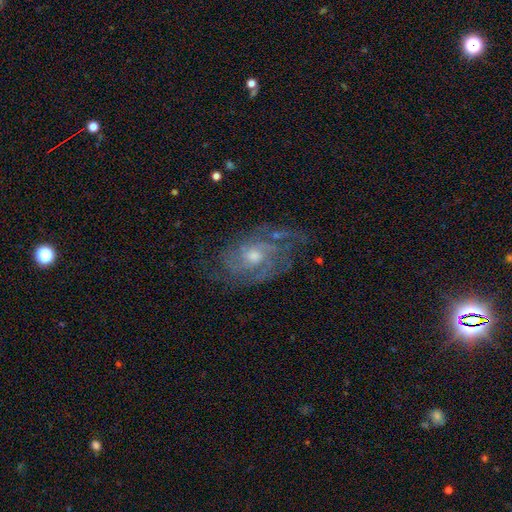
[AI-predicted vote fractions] Smooth or featured: featured or disk — 79% (star or artifact — 11%)
Edge-on disk: no — 96% (yes — 4%)
Bar: no — 70% (weak — 25%)
Spiral arms: yes — 93% (no — 7%)
Spiral winding: tight — 52% (medium — 37%)
Spiral arm count: can't tell — 32% (2 — 27%)
Bulge size: moderate — 54% (small — 40%)
Merging: none — 71% (minor disturbance — 18%)